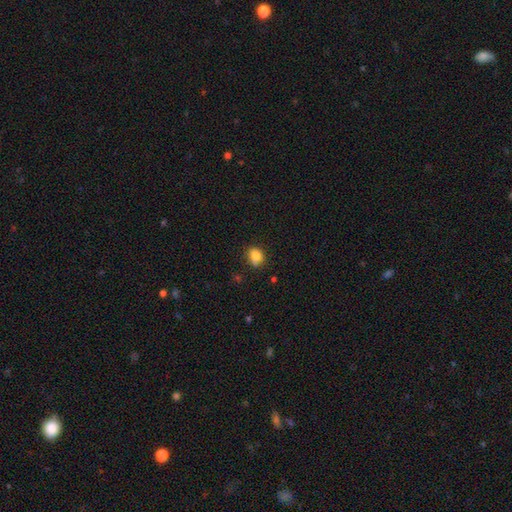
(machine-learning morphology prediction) Smooth or featured? smooth (83%)
How rounded? in between (53%)
Merging? none (65%)